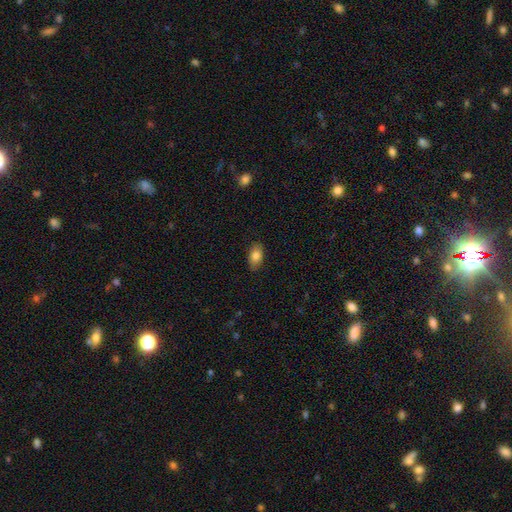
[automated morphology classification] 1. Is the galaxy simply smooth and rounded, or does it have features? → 83% smooth, 9% featured or disk, 8% star or artifact.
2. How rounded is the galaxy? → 89% in between, 7% round, 3% cigar-shaped.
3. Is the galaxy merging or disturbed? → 85% none, 12% minor disturbance, 3% major disturbance, 1% merger.